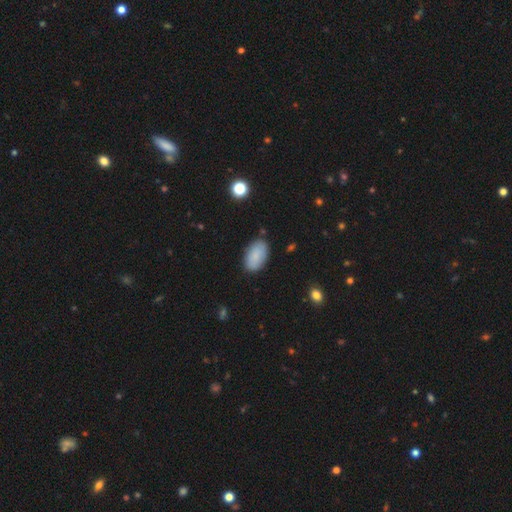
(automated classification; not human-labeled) This appears to be a smooth galaxy with no disk features (86%) that is in between round and cigar-shaped (94%). Merging: none (84%).